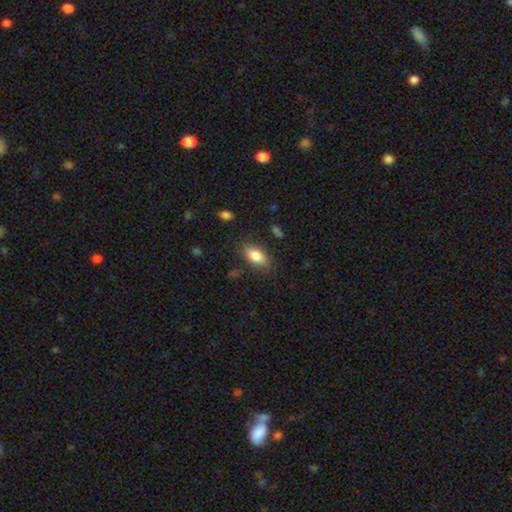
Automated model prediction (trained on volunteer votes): Overall: smooth (82%). How rounded: in between (88%). Merging: none (81%).